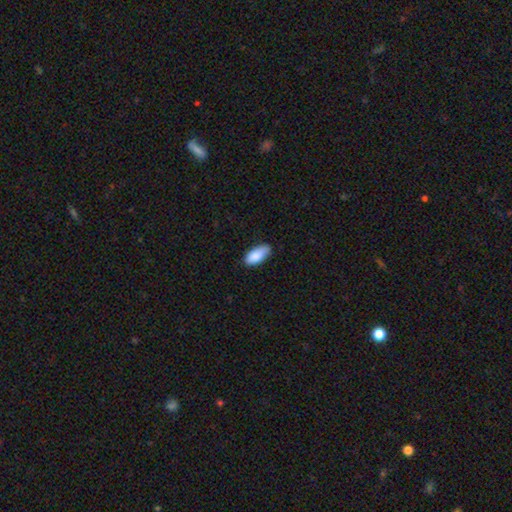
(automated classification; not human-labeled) Smooth or featured? smooth (87%)
How rounded? in between (88%)
Merging? none (72%)